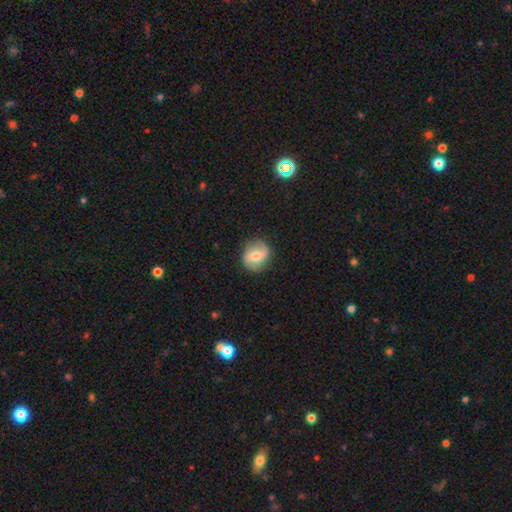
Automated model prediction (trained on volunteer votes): Q: Smooth or featured?
A: featured or disk (50%); runner-up: smooth (43%)
Q: Edge-on disk?
A: no (96%); runner-up: yes (4%)
Q: Merging?
A: none (84%); runner-up: minor disturbance (12%)